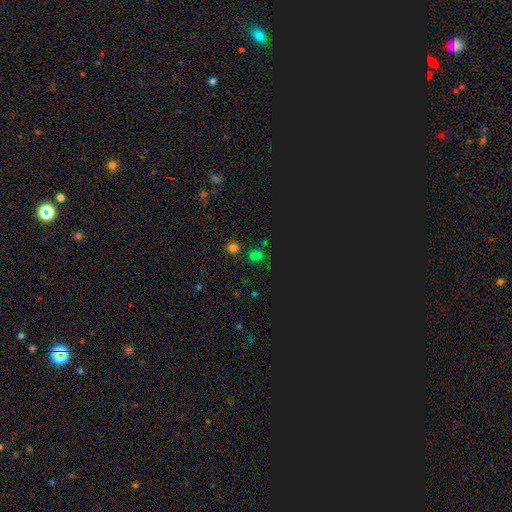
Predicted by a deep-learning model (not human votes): Overall: star or artifact (54%; smooth 40%).